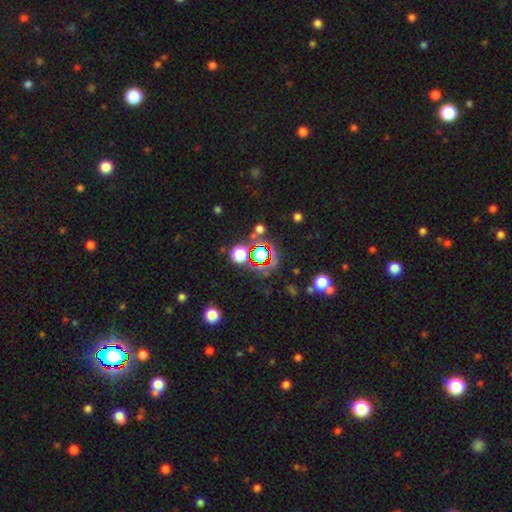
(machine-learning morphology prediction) The model was most divided on "smooth or featured": star or artifact: 61%, smooth: 27%, featured or disk: 11%.